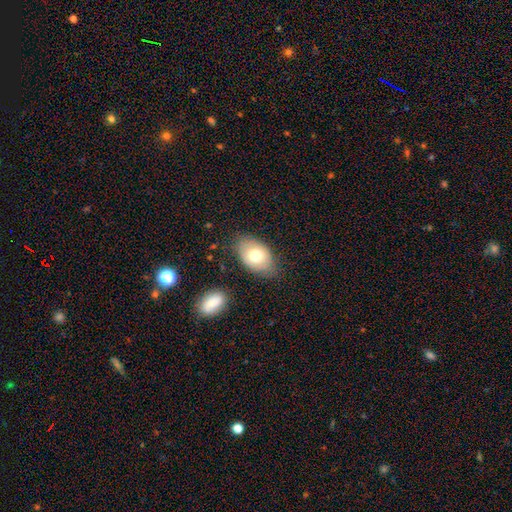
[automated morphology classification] smooth 72%, featured or disk 21%, star or artifact 8%. Down the decision tree: how rounded — in between (89%); merging — none (76%).